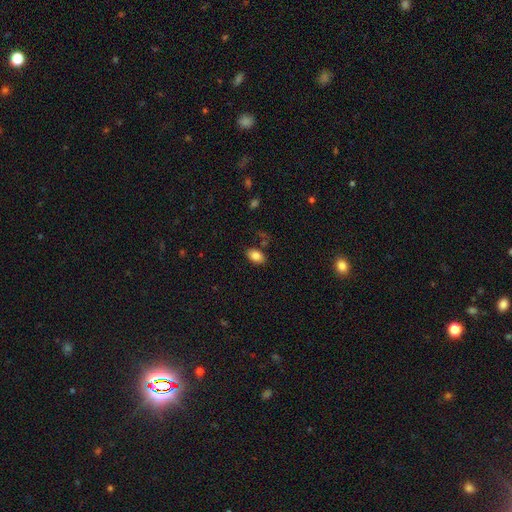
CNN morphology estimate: Smooth or featured: smooth — 84% (star or artifact — 8%)
How rounded: in between — 90% (round — 8%)
Merging: none — 83% (minor disturbance — 11%)